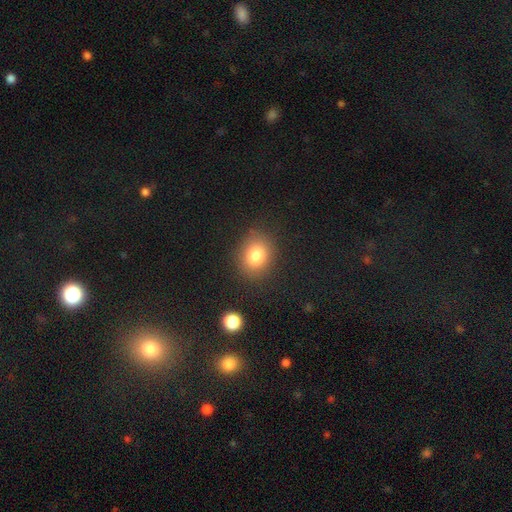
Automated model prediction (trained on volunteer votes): Smooth or featured? Predicted: smooth (p=0.80). How rounded? Predicted: round (p=0.60). Merging? Predicted: none (p=0.85).